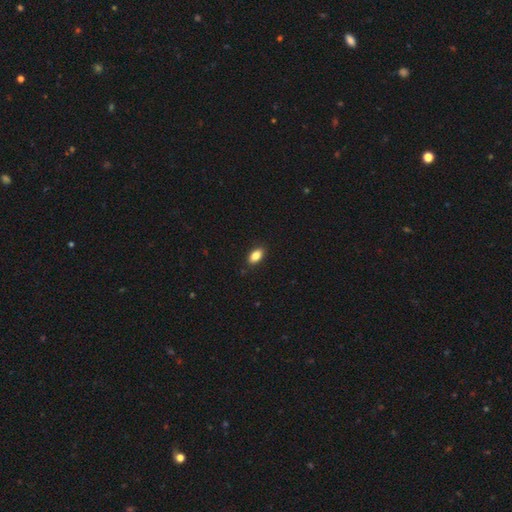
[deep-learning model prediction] The model was most divided on "smooth or featured": smooth: 85%, star or artifact: 8%, featured or disk: 7%. More confident: how rounded — in between (91%); merging — none (87%).